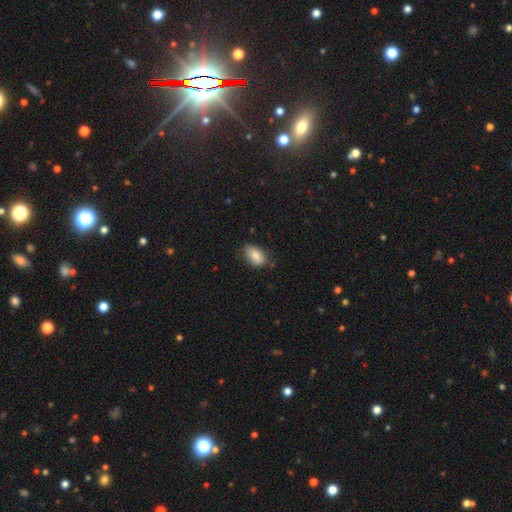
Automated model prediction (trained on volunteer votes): Smooth or featured? smooth (84%)
How rounded? in between (90%)
Merging? none (76%)